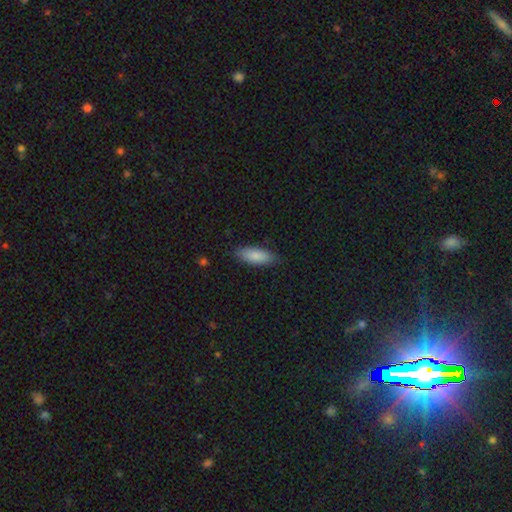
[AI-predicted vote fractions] Morphology: type=smooth (86%); roundness=in between (72%); merging=none (84%).